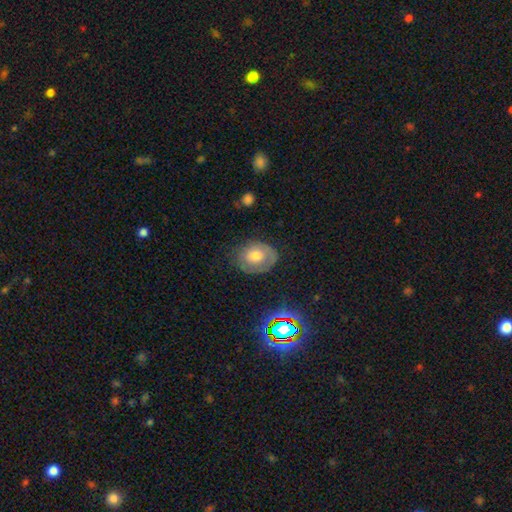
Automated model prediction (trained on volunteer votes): This appears to be a smooth galaxy with no disk features (57%) that is in between round and cigar-shaped (55%). Merging: none (65%).